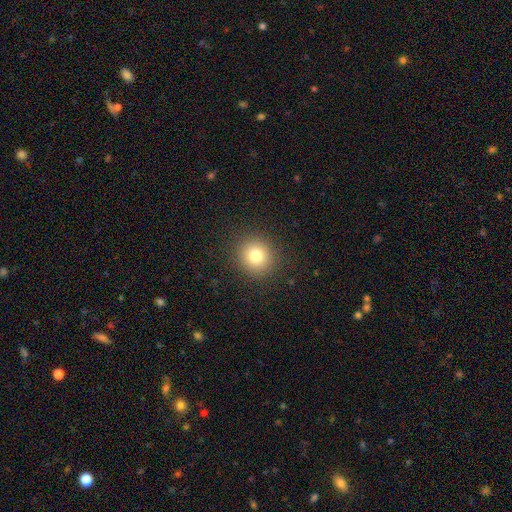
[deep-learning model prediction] Morphology: type=smooth (79%); roundness=round (91%); merging=none (91%).